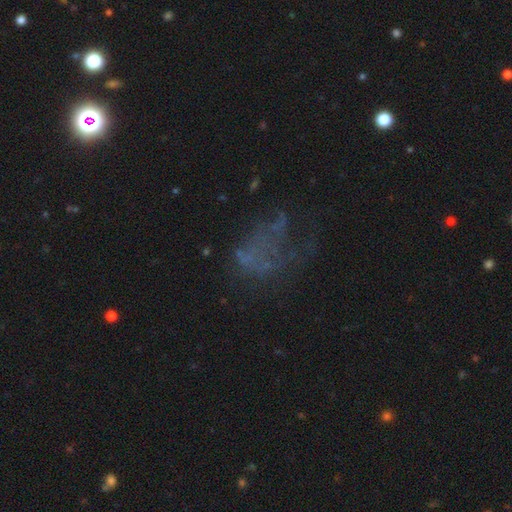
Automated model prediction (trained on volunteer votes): A featured or disk galaxy (43%).

Vote fractions:
- Smooth or featured? featured or disk: 43% / star or artifact: 33% / smooth: 24%
- Merging? major disturbance: 40% (tied) / none: 40% (tied) / minor disturbance: 14% / merger: 6%